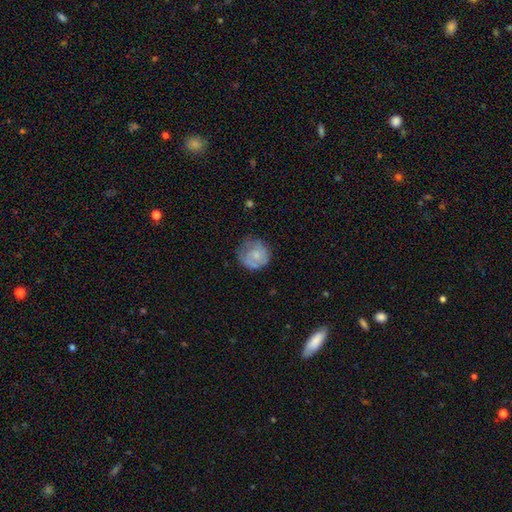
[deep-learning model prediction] smooth-or-featured: smooth: 58% | featured or disk: 34% | star or artifact: 7%
  how-rounded: round: 87% | in between: 12% | cigar-shaped: 1%
  merging: none: 59% | minor disturbance: 26% | major disturbance: 13% | merger: 2%